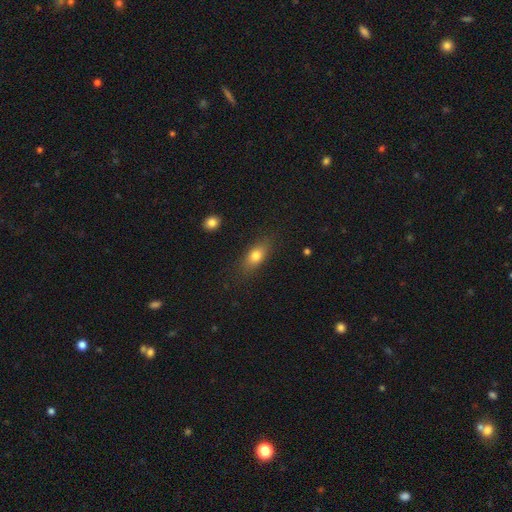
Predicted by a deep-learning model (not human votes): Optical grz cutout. It shows a smooth galaxy with no disk features (77%) that is in between round and cigar-shaped (78%). Merging: none (81%).